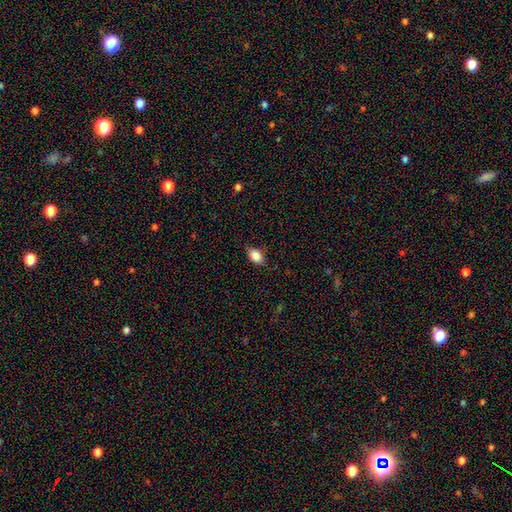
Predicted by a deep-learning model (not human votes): Morphology: type=smooth (83%); roundness=in between (86%); merging=none (79%).